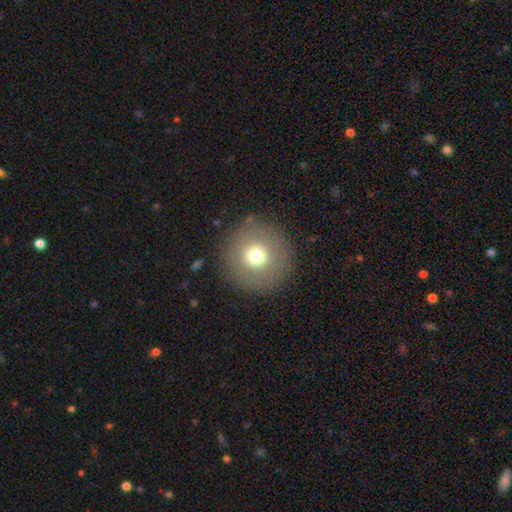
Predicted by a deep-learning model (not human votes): Smooth or featured? Predicted: smooth (p=0.70). How rounded? Predicted: round (p=0.96). Merging? Predicted: none (p=0.88).